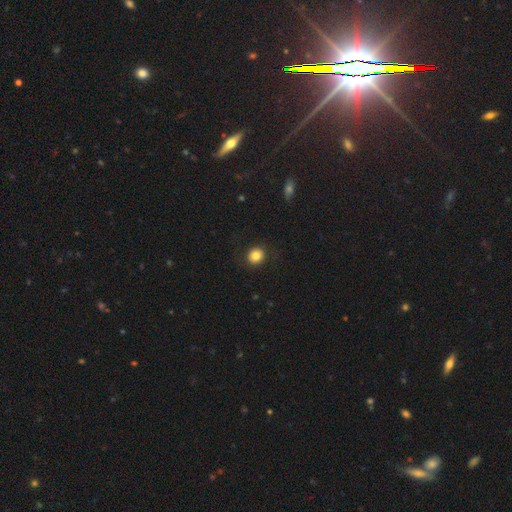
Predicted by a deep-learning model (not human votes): smooth-or-featured: smooth: 83% | star or artifact: 10% | featured or disk: 8%
  how-rounded: round: 85% | in between: 14% | cigar-shaped: 1%
  merging: none: 88% | minor disturbance: 7% | major disturbance: 3% | merger: 1%